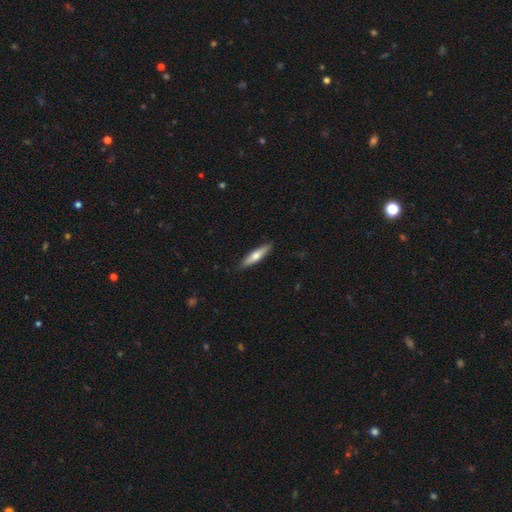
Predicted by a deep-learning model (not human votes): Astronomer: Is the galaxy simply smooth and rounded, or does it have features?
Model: smooth — 57% (runner-up: featured or disk, 38%).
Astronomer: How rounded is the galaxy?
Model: cigar-shaped — 79%.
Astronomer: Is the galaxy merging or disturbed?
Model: none — 89%.